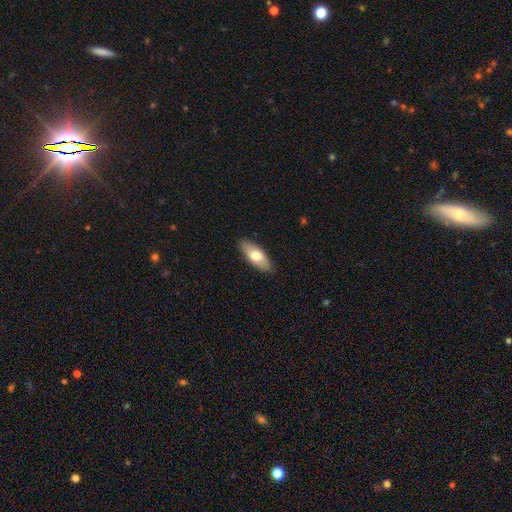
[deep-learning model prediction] Smooth or featured? smooth (73%)
How rounded? in between (79%)
Merging? none (88%)